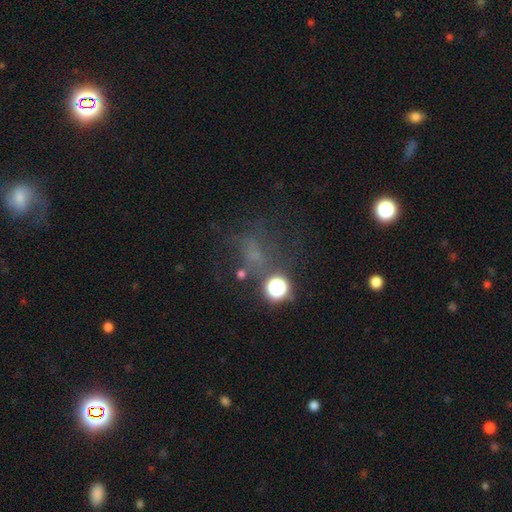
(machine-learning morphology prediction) Smooth or featured?
  - star or artifact: 40% *
  - smooth: 36%
  - featured or disk: 24%